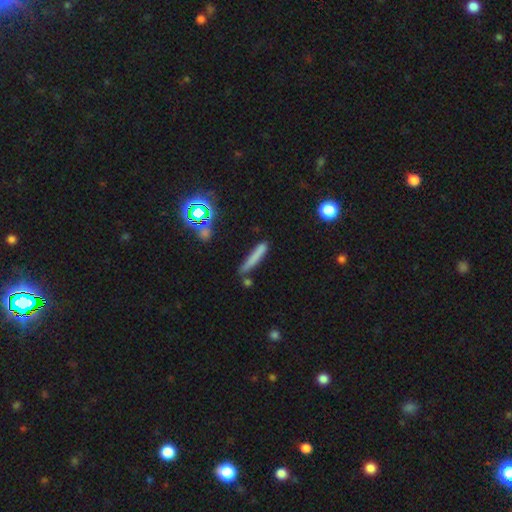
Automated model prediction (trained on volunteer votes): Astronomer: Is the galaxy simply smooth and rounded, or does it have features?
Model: smooth — 70%.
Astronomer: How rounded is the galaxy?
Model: cigar-shaped — 92%.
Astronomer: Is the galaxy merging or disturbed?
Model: none — 70%.